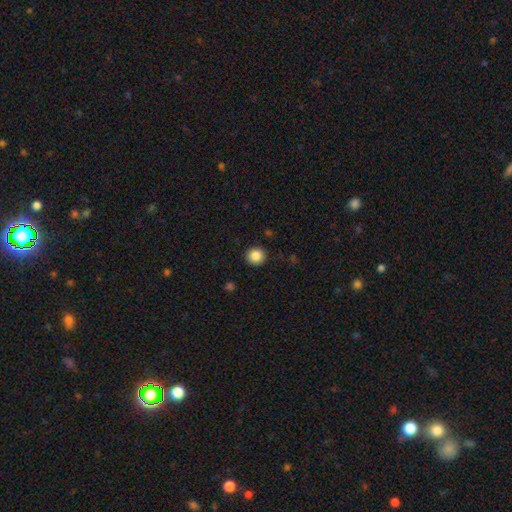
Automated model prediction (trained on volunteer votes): A smooth galaxy with no disk features (87%) that is round (93%).

Vote fractions:
- Smooth or featured? smooth: 87% / star or artifact: 10% / featured or disk: 4%
- How rounded? round: 93% / in between: 6% / cigar-shaped: 1%
- Merging? none: 92% / minor disturbance: 5% / major disturbance: 2% / merger: 1%